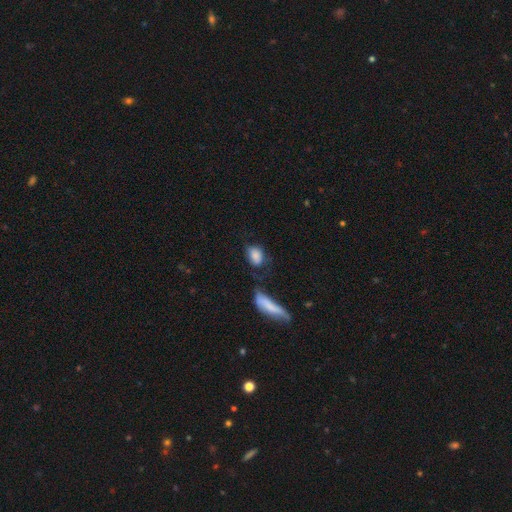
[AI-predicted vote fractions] Morphology: type=smooth (84%); roundness=in between (74%); merging=none (47%).